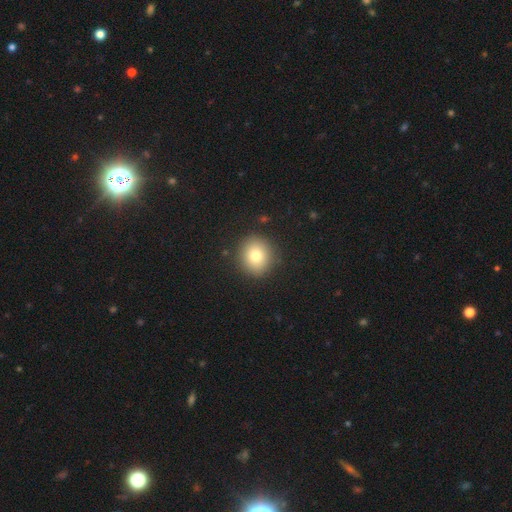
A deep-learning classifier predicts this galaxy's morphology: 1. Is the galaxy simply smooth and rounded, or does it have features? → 78% smooth, 11% star or artifact, 10% featured or disk.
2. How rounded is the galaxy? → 85% round, 15% in between, 1% cigar-shaped.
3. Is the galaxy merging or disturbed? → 90% none, 7% minor disturbance, 2% major disturbance, 1% merger.